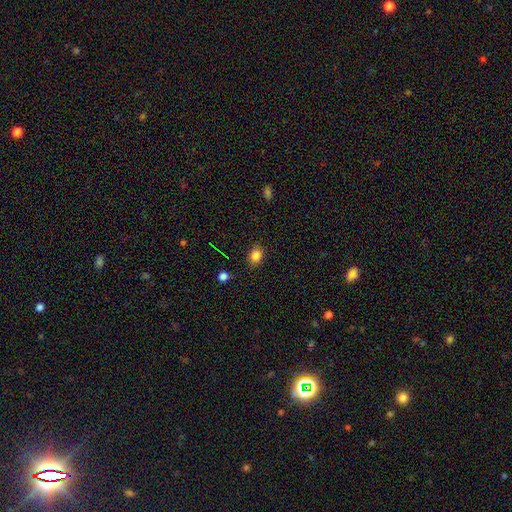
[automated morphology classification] A smooth galaxy with no disk features (82%) that is in between round and cigar-shaped (58%). Merging: none (85%).